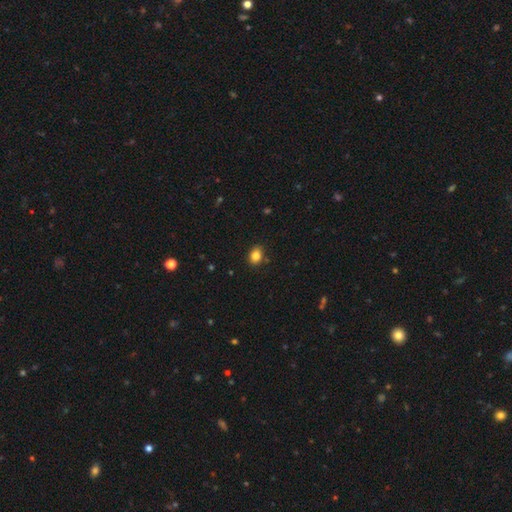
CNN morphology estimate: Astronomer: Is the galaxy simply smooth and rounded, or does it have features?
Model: smooth — 84%.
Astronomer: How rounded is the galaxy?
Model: in between — 59% (runner-up: round, 40%).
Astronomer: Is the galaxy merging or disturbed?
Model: none — 85%.